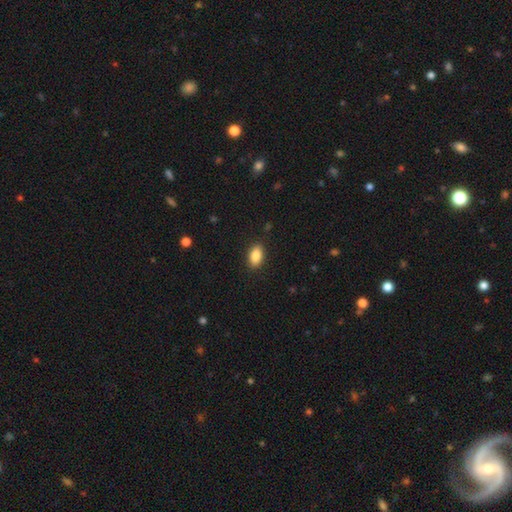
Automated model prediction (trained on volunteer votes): Morphology: type=smooth (88%); roundness=in between (91%); merging=none (88%).